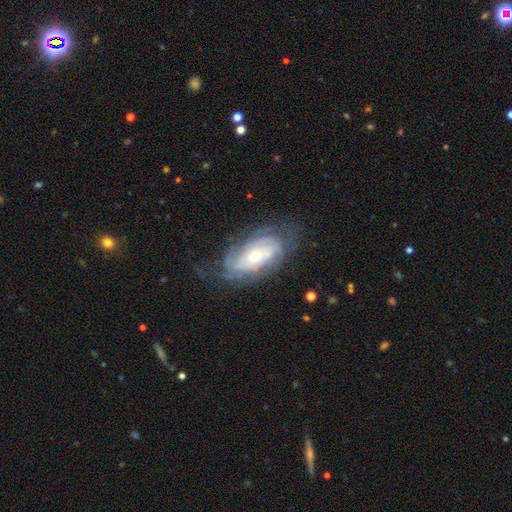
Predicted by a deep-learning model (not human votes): smooth-or-featured: featured or disk: 78% | smooth: 15% | star or artifact: 7%
  disk-edge-on: no: 93% | yes: 7%
    bar: no: 64% | weak: 27% | strong: 9%
    has-spiral-arms: yes: 91% | no: 9%
      spiral-winding: tight: 66% | medium: 27% | loose: 8%
      spiral-arm-count: can't tell: 47% | 2: 18% | 3: 13% | 4: 11% | more than 4: 6% | 1: 5%
    bulge-size: small: 53% | moderate: 35% | large: 6% | none: 3% | dominant: 1%
  merging: none: 67% | minor disturbance: 20% | major disturbance: 11% | merger: 1%